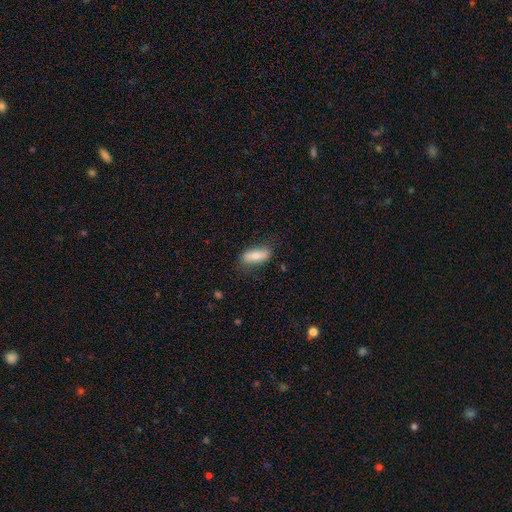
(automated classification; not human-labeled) Q: Smooth or featured?
A: smooth (69%); runner-up: featured or disk (24%)
Q: How rounded?
A: in between (74%); runner-up: cigar-shaped (23%)
Q: Merging?
A: none (78%); runner-up: minor disturbance (17%)